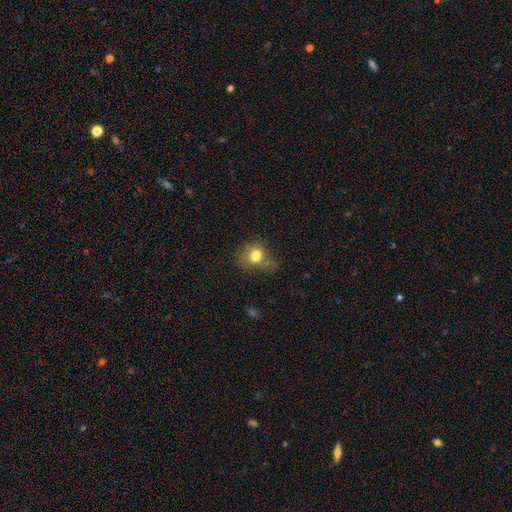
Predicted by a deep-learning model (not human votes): This appears to be a smooth galaxy with no disk features (77%) that is round (63%). Merging: none (51%).